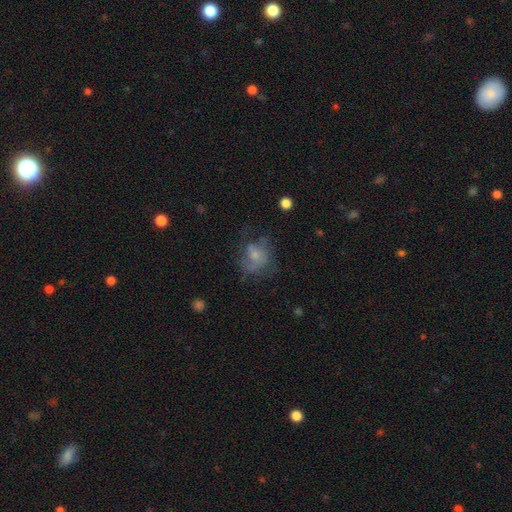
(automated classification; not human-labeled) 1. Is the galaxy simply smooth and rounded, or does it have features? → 48% smooth, 41% featured or disk, 11% star or artifact.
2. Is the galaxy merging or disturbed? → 42% none, 29% major disturbance, 24% minor disturbance, 4% merger.